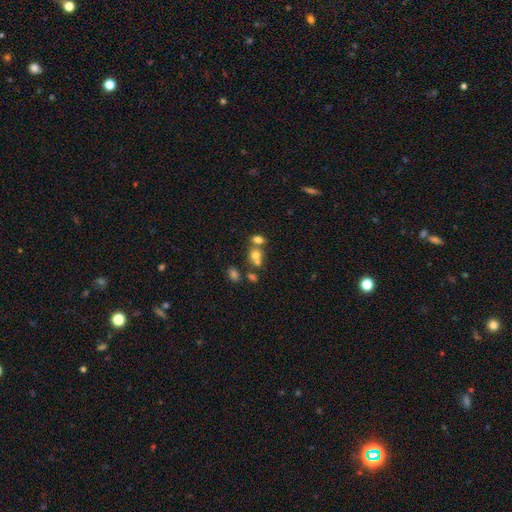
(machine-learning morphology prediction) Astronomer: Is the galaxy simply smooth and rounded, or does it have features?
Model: smooth — 69%.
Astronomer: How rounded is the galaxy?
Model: round — 51% (runner-up: in between, 48%).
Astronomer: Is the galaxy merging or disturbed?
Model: merger — 48% (runner-up: none, 37%).